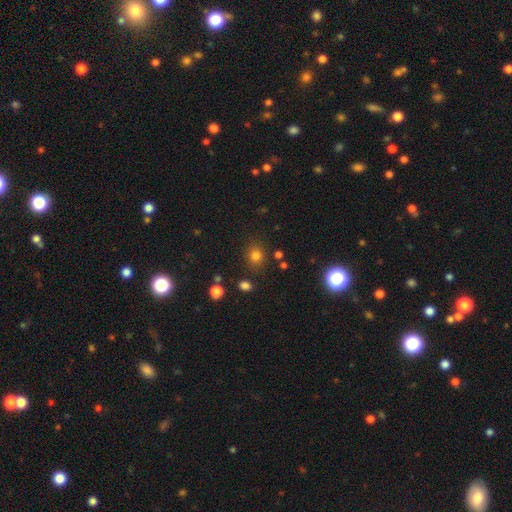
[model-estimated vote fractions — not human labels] smooth 78%, star or artifact 16%, featured or disk 6%. Down the decision tree: how rounded — round (71%); merging — none (82%).